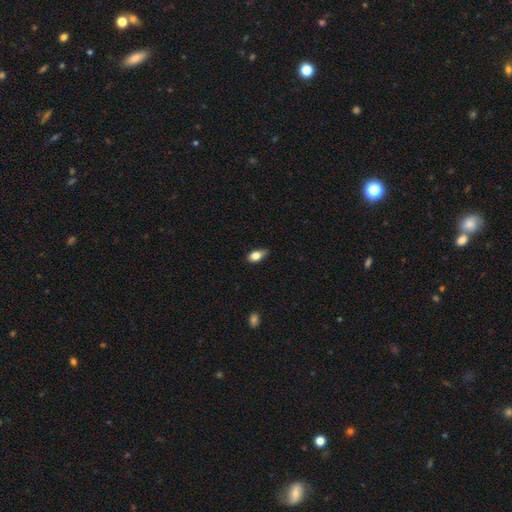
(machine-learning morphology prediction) Smooth or featured: smooth — 80% (featured or disk — 12%)
How rounded: in between — 86% (round — 8%)
Merging: none — 68% (minor disturbance — 26%)